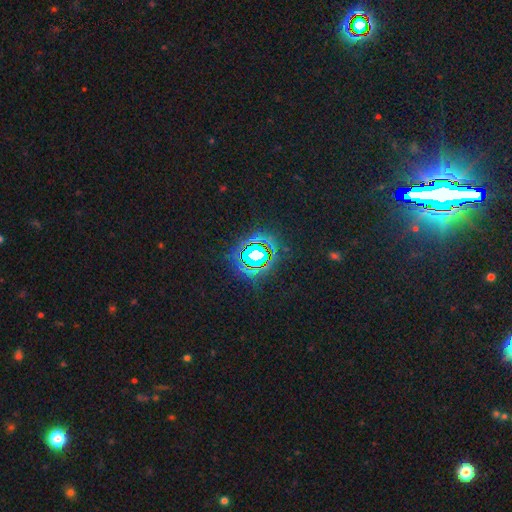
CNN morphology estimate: This is likely a star or artifact rather than a galaxy (74%).